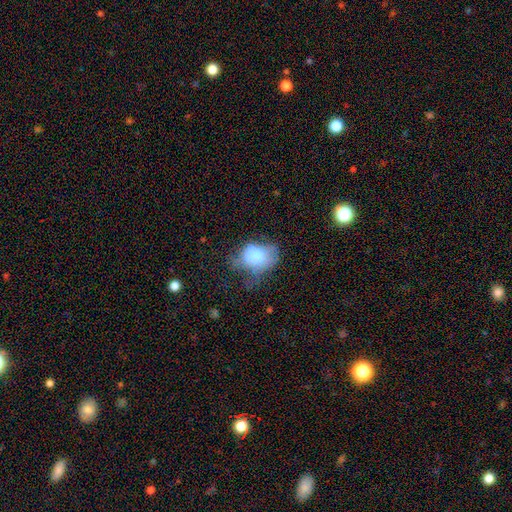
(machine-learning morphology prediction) Smooth or featured? smooth (65%)
How rounded? in between (67%)
Merging? major disturbance (37%)